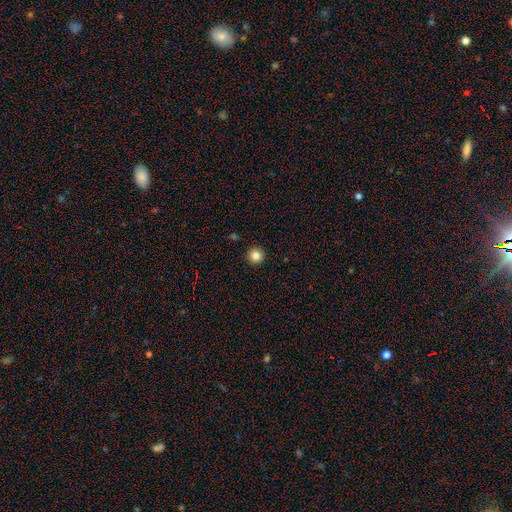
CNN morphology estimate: Smooth or featured: smooth — 84% (star or artifact — 11%)
How rounded: round — 96% (in between — 3%)
Merging: none — 93% (minor disturbance — 4%)